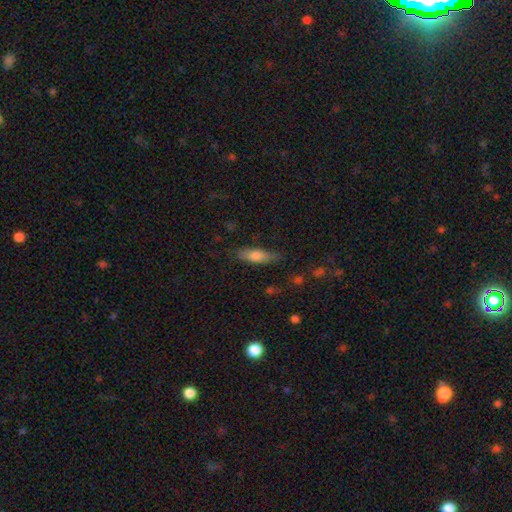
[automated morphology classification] type=smooth (71%); roundness=cigar-shaped (50%); merging=none (76%).